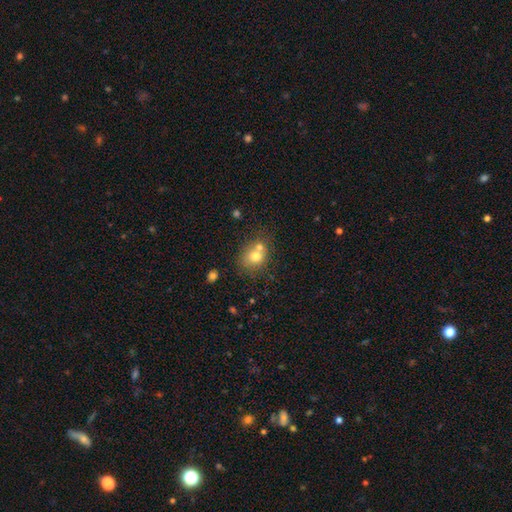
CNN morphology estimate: A smooth galaxy with no disk features (72%) that is round (65%).

Vote fractions:
- Smooth or featured? smooth: 72% / featured or disk: 16% / star or artifact: 12%
- How rounded? round: 65% / in between: 34% / cigar-shaped: 1%
- Merging? none: 46% / merger: 39% / minor disturbance: 11% / major disturbance: 4%